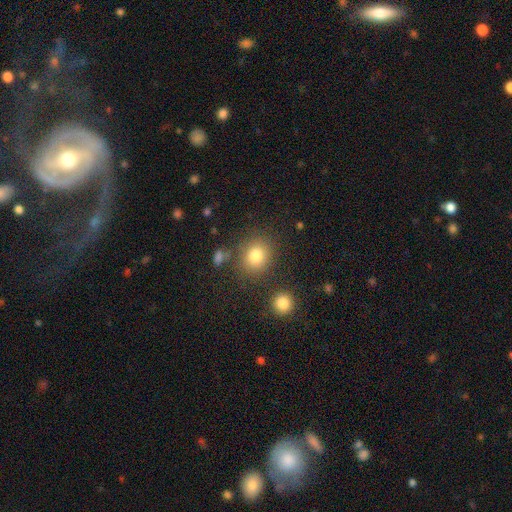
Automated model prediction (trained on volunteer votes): Smooth or featured? smooth (81%)
How rounded? round (73%)
Merging? none (78%)